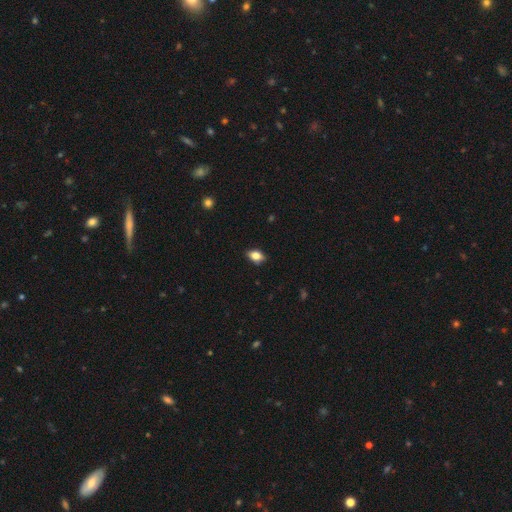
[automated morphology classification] Smooth or featured? smooth (78%)
How rounded? in between (82%)
Merging? none (84%)